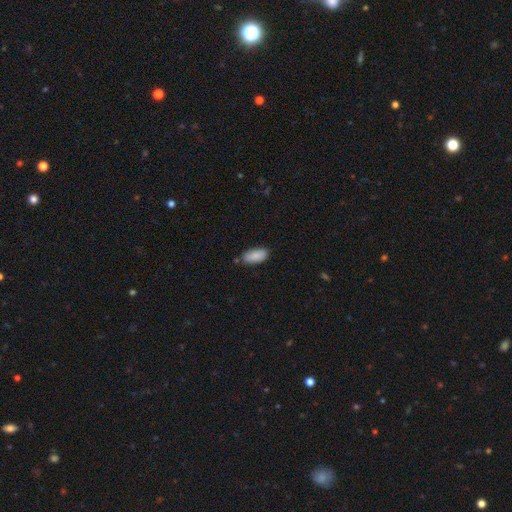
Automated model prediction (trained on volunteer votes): smooth_or_featured: smooth (p=0.88) [alt: star or artifact p=0.06]
how_rounded: in between (p=0.89) [alt: cigar-shaped p=0.09]
merging: none (p=0.74) [alt: minor disturbance p=0.19]